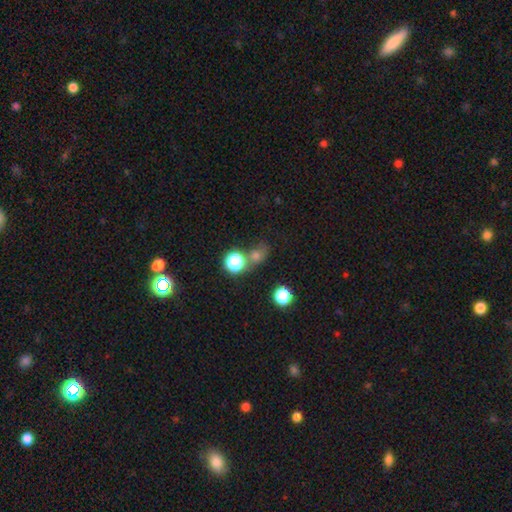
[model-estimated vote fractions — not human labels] A smooth galaxy with no disk features (59%) that is round (67%). Merging: none (56%).